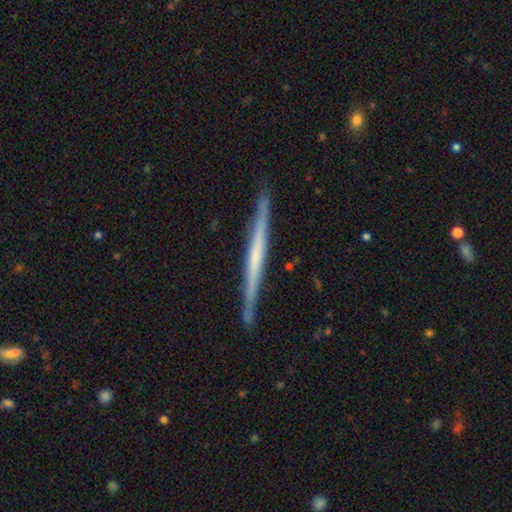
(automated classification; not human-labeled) The model was most divided on "smooth or featured": featured or disk: 65%, smooth: 30%, star or artifact: 5%. More confident: edge-on disk — yes (98%); merging — none (88%); edge-on bulge — none (79%).